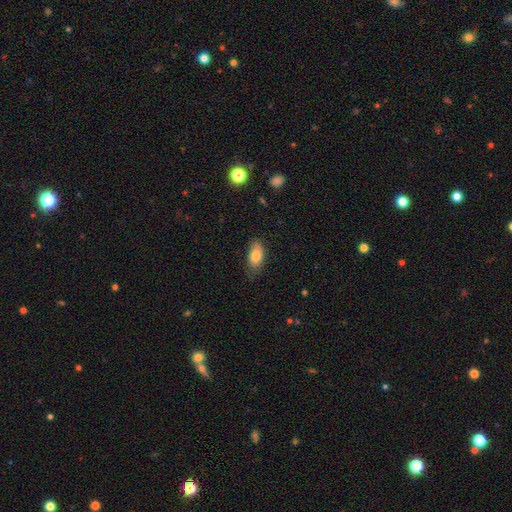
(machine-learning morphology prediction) This is clearly a smooth galaxy (82%). How rounded: clearly in between (88%). Merging: likely none (68%).